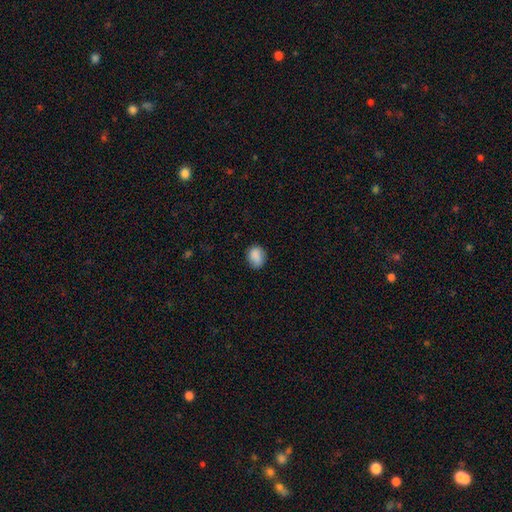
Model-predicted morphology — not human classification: smooth 87%, star or artifact 8%, featured or disk 5%. Down the decision tree: how rounded — in between (50%); merging — none (73%).